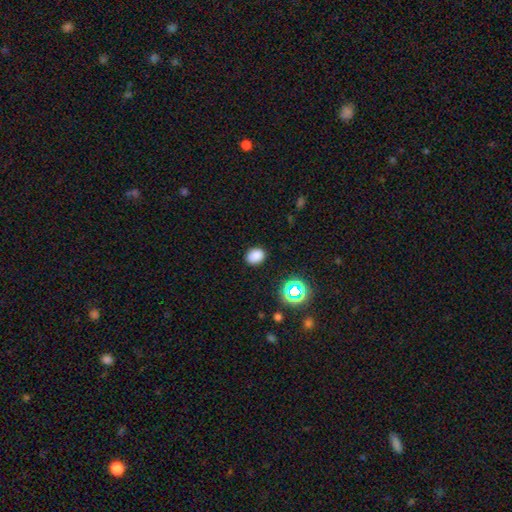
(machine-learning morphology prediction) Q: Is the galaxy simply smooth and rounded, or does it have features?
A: smooth — 81%.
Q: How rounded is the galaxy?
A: in between — 62%.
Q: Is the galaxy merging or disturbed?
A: none — 87%.